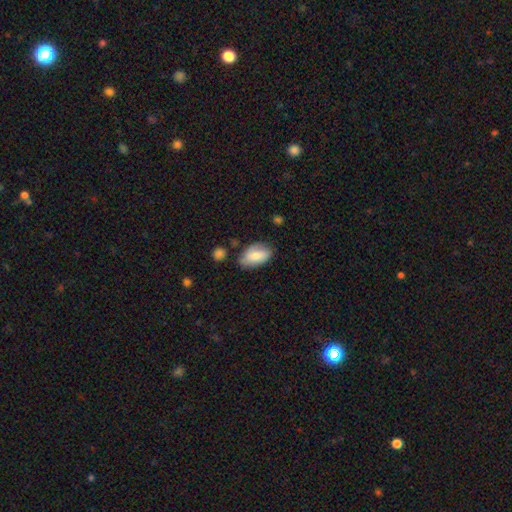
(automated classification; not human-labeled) Smooth or featured?
  - smooth: 74% *
  - featured or disk: 19%
  - star or artifact: 7%
How rounded?
  - in between: 92% *
  - round: 5%
  - cigar-shaped: 3%
Merging?
  - none: 64% *
  - minor disturbance: 26%
  - major disturbance: 6%
  - merger: 4%